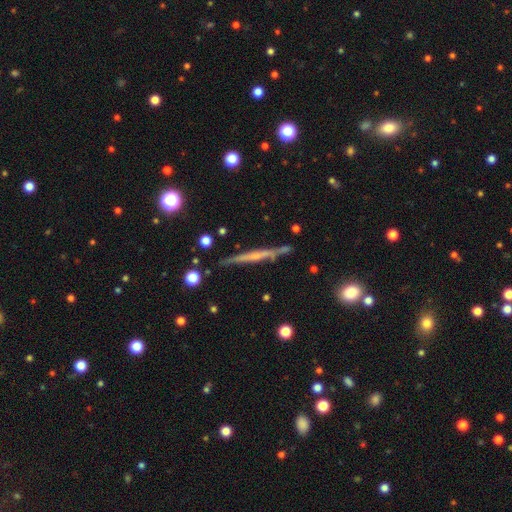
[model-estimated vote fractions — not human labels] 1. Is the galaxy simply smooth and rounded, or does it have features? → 59% featured or disk, 33% smooth, 7% star or artifact.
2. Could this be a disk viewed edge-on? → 96% yes, 4% no.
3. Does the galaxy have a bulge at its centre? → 69% none, 20% rounded, 11% boxy.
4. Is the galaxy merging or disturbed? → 83% none, 11% minor disturbance, 3% merger, 2% major disturbance.